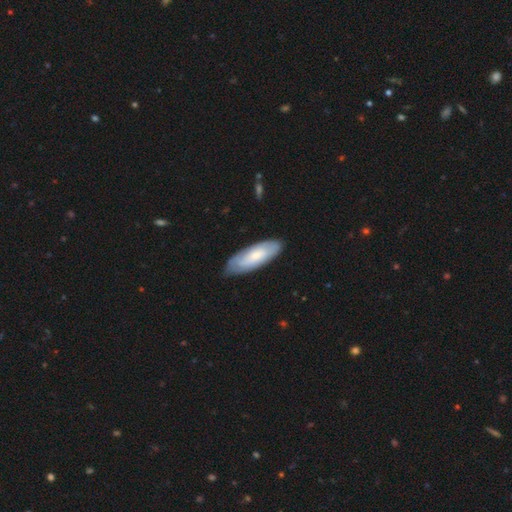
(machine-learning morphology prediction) smooth 60%, featured or disk 35%, star or artifact 5%. Down the decision tree: how rounded — in between (65%); merging — none (80%).